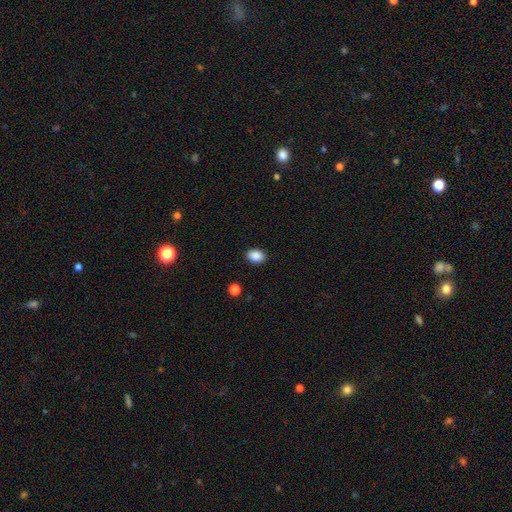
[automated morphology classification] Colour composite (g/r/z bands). It shows a smooth galaxy with no disk features (88%) that is in between round and cigar-shaped (76%). Merging: none (89%).